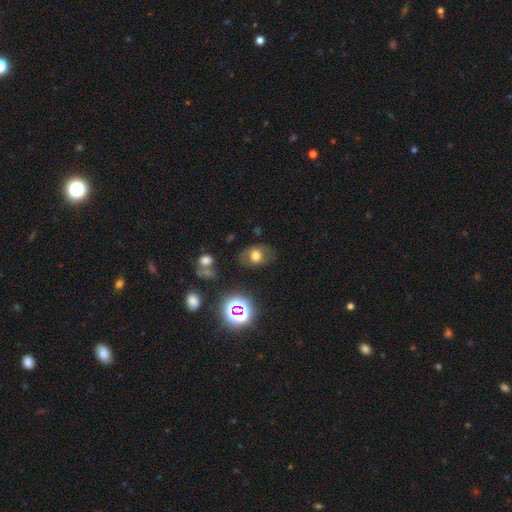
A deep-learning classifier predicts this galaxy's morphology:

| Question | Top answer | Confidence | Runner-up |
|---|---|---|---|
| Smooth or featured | smooth | 60% | featured or disk (24%) |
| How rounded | in between | 65% | round (34%) |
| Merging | none | 70% | minor disturbance (19%) |